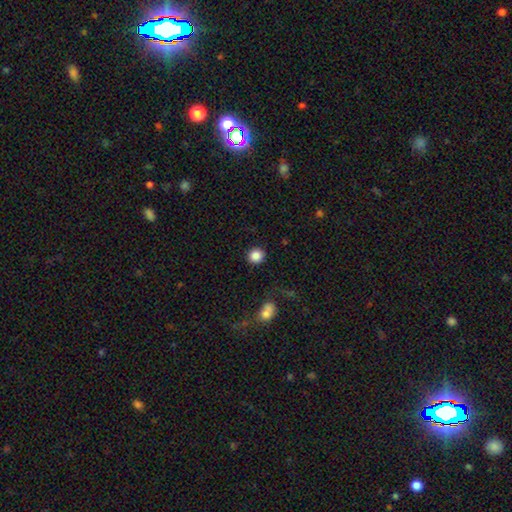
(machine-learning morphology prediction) Q: Smooth or featured?
A: smooth (86%); runner-up: star or artifact (10%)
Q: How rounded?
A: round (90%); runner-up: in between (9%)
Q: Merging?
A: none (90%); runner-up: minor disturbance (6%)